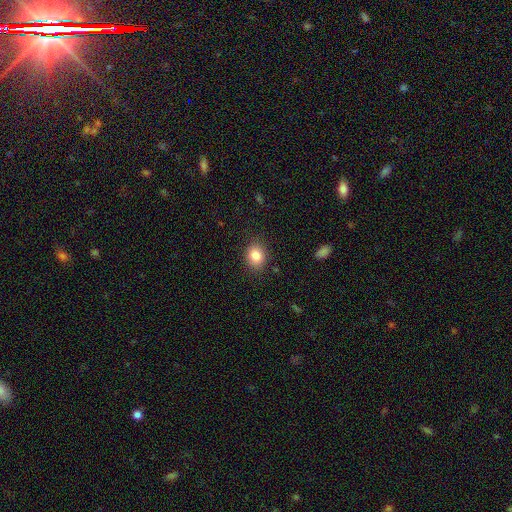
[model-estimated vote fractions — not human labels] smooth-or-featured: smooth: 84% | star or artifact: 9% | featured or disk: 6%
  how-rounded: round: 52% | in between: 47% | cigar-shaped: 1%
  merging: none: 87% | minor disturbance: 9% | major disturbance: 3% | merger: 1%